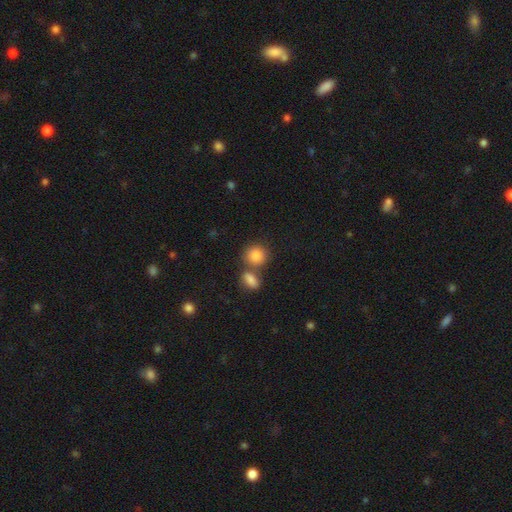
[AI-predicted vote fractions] A smooth galaxy with no disk features (85%) that is round (77%).

Vote fractions:
- Smooth or featured? smooth: 85% / star or artifact: 9% / featured or disk: 7%
- How rounded? round: 77% / in between: 21% / cigar-shaped: 1%
- Merging? none: 53% / merger: 35% / minor disturbance: 9% / major disturbance: 3%